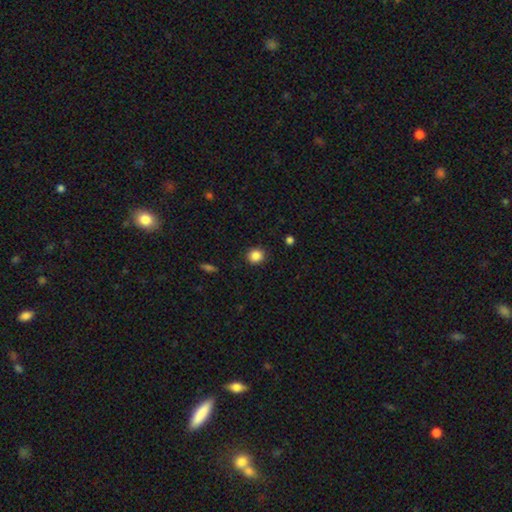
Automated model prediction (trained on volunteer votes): Q: Smooth or featured?
A: smooth (86%); runner-up: star or artifact (10%)
Q: How rounded?
A: round (85%); runner-up: in between (14%)
Q: Merging?
A: none (90%); runner-up: minor disturbance (7%)